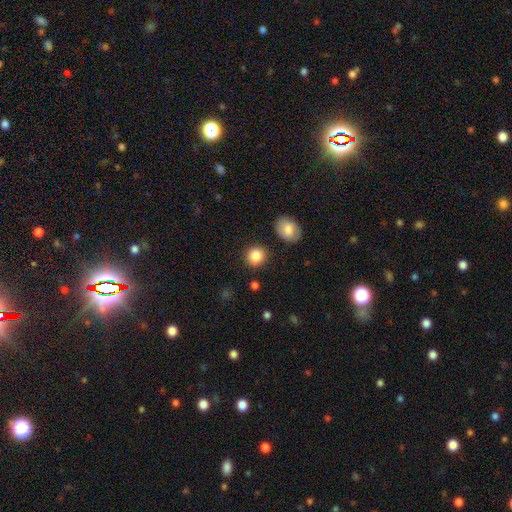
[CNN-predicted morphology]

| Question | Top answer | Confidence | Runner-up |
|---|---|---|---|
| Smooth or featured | smooth | 86% | star or artifact (9%) |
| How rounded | round | 85% | in between (14%) |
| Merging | none | 86% | minor disturbance (8%) |